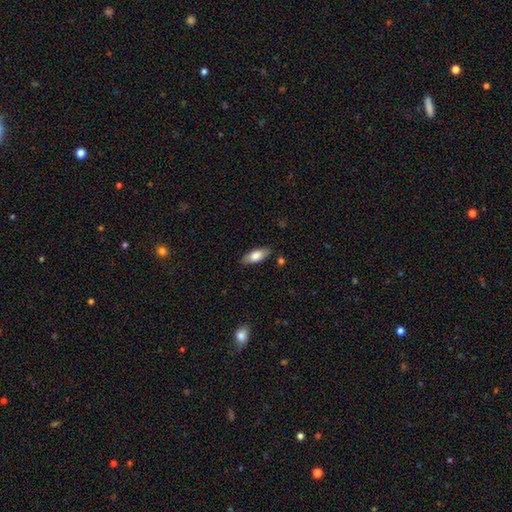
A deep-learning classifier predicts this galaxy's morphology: This is likely a smooth galaxy (78%). How rounded: clearly in between (81%). Merging: clearly none (84%).